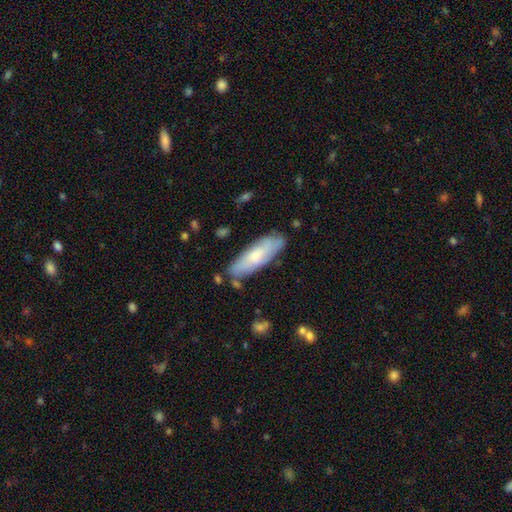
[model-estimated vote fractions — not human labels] Smooth or featured: smooth — 62% (featured or disk — 32%)
How rounded: cigar-shaped — 50% (in between — 48%)
Merging: none — 78% (minor disturbance — 16%)